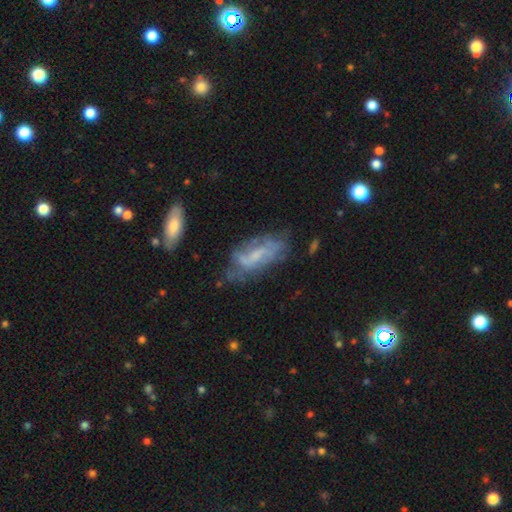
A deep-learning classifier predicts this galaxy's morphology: The model was most divided on "bar": no: 47%, weak: 42%, strong: 11%. More confident: edge-on disk — no (89%); spiral arms — yes (68%); smooth or featured — featured or disk (62%); bulge size — small (53%); merging — none (52%).